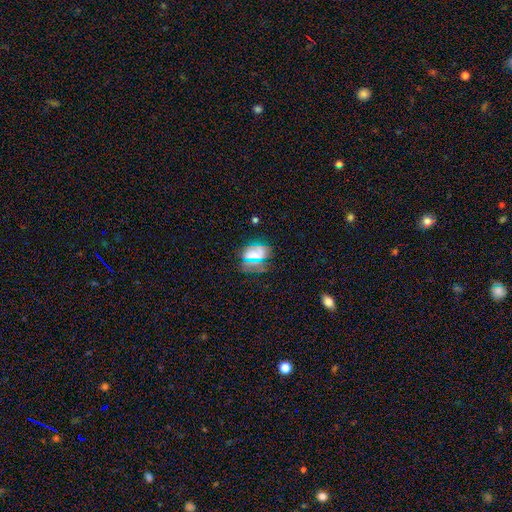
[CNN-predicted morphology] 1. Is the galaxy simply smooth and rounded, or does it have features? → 59% smooth, 26% star or artifact, 15% featured or disk.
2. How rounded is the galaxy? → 60% in between, 37% round, 3% cigar-shaped.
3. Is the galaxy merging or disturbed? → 76% none, 16% minor disturbance, 6% major disturbance, 3% merger.